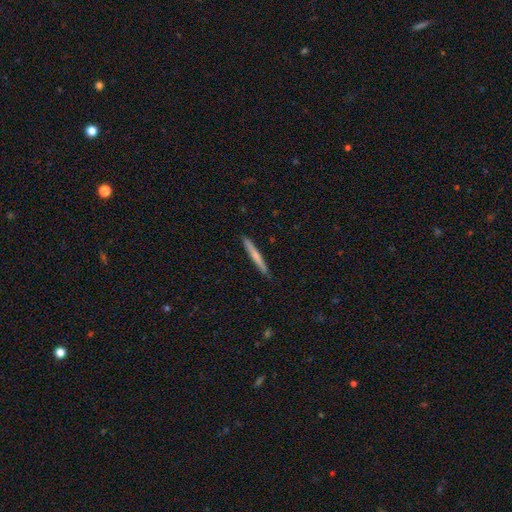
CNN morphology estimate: smooth 60%, featured or disk 34%, star or artifact 5%. Down the decision tree: how rounded — cigar-shaped (96%); merging — none (90%).